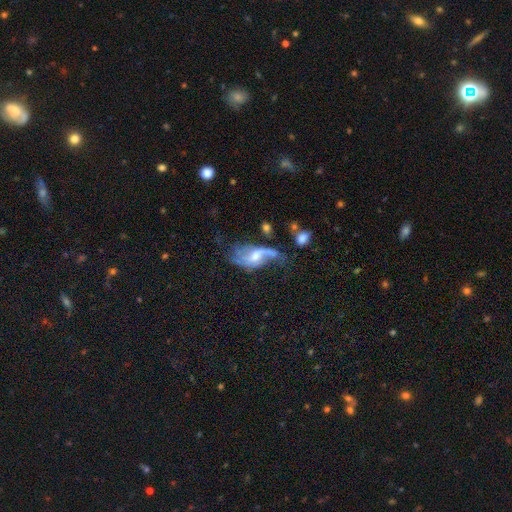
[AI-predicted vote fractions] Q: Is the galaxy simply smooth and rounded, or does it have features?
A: featured or disk — 76%.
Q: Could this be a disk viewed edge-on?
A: no — 95%.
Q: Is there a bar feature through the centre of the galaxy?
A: weak — 44%, tied with no.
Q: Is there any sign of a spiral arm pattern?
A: yes — 85%.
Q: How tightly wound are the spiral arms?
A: loose — 75%.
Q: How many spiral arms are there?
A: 2 — 69%.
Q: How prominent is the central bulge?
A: moderate — 44%.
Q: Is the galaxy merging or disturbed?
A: major disturbance — 34%, tied with none.